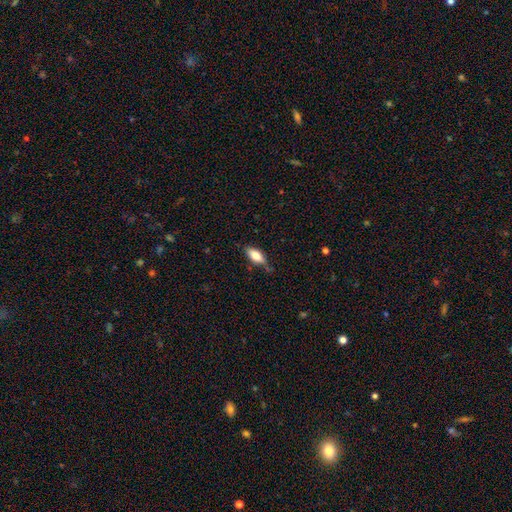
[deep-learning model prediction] smooth_or_featured: smooth (p=0.76) [alt: featured or disk p=0.18]
how_rounded: in between (p=0.82) [alt: cigar-shaped p=0.16]
merging: none (p=0.68) [alt: minor disturbance p=0.24]